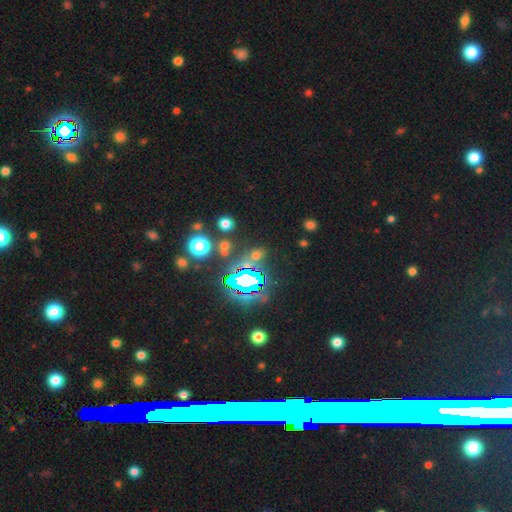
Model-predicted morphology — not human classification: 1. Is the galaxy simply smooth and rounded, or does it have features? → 67% star or artifact, 23% smooth, 10% featured or disk.